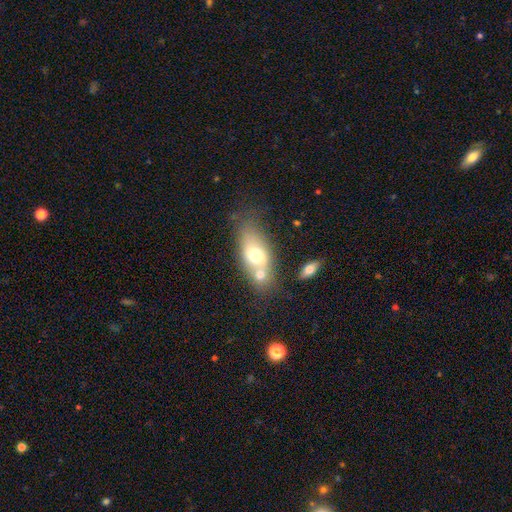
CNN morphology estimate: smooth_or_featured: smooth (p=0.62) [alt: featured or disk p=0.29]
how_rounded: in between (p=0.79) [alt: cigar-shaped p=0.10]
merging: merger (p=0.47) [alt: none p=0.34]